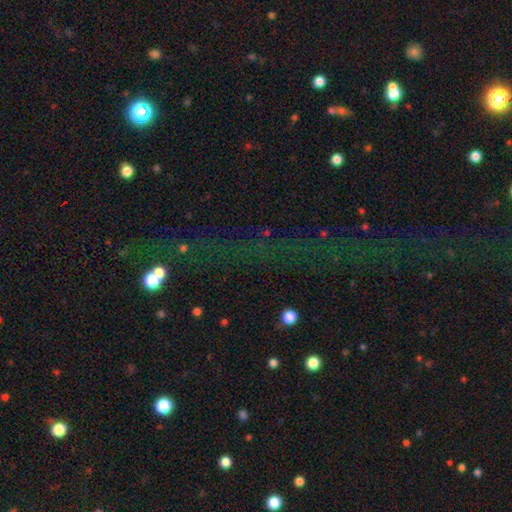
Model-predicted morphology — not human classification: star or artifact 63%, smooth 20%, featured or disk 17%.